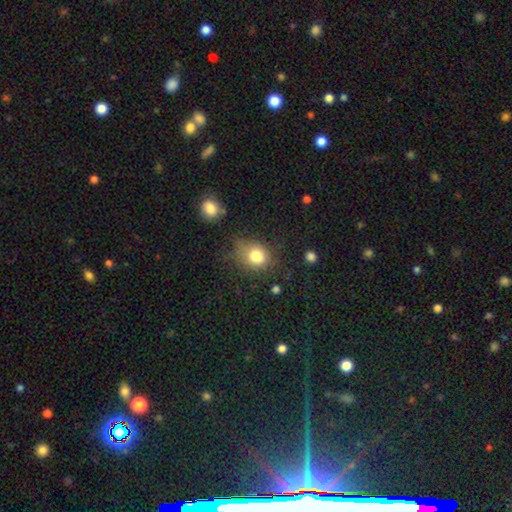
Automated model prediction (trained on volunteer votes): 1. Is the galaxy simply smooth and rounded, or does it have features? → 80% smooth, 11% star or artifact, 10% featured or disk.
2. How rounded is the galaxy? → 59% round, 41% in between, 1% cigar-shaped.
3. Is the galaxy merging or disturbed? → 56% none, 27% minor disturbance, 13% major disturbance, 4% merger.